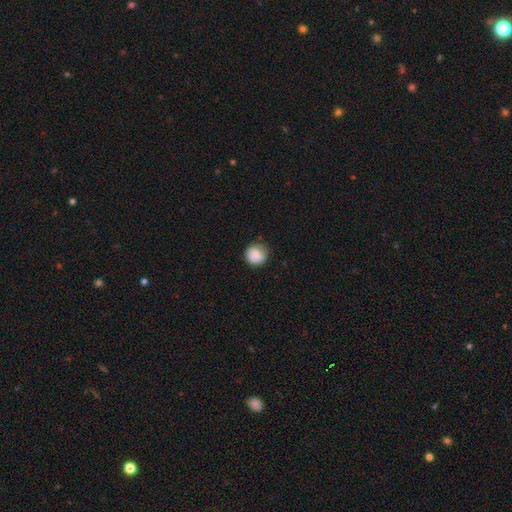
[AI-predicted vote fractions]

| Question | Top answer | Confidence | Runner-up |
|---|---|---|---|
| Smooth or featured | smooth | 86% | star or artifact (8%) |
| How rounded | round | 90% | in between (9%) |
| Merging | none | 76% | minor disturbance (19%) |